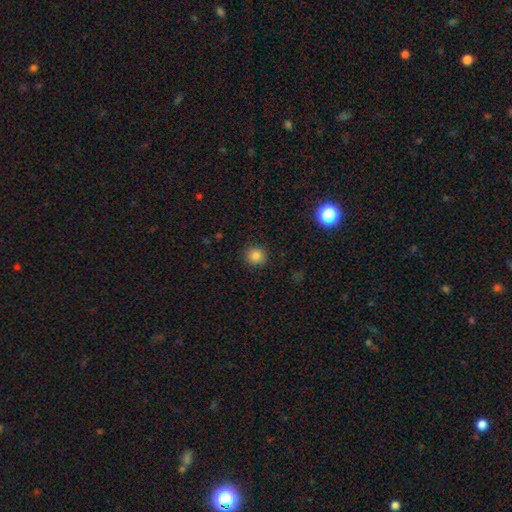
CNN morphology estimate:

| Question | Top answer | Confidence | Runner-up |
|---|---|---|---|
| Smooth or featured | smooth | 83% | star or artifact (12%) |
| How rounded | round | 91% | in between (8%) |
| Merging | none | 90% | minor disturbance (6%) |